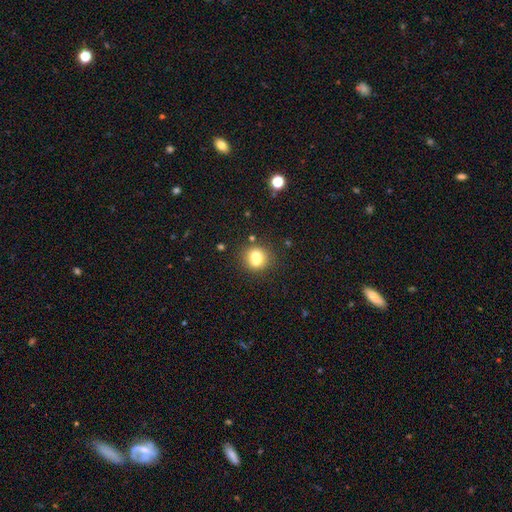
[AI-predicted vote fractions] Smooth or featured? Predicted: smooth (p=0.68). How rounded? Predicted: round (p=0.79). Merging? Predicted: none (p=0.47).